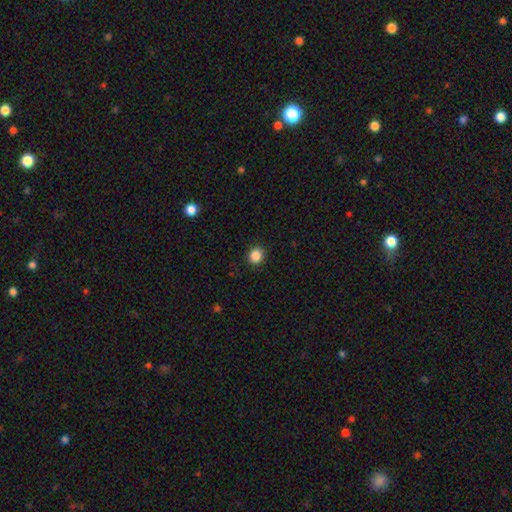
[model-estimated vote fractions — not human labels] This appears to be a smooth galaxy with no disk features (87%) that is round (86%). Merging: none (91%).